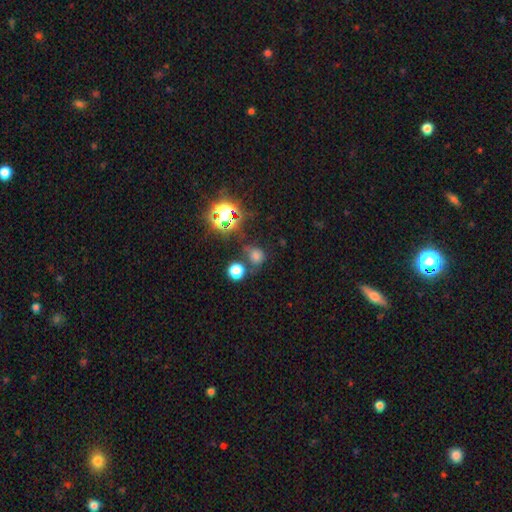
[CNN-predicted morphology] Smooth or featured? smooth (60%)
How rounded? round (79%)
Merging? none (66%)